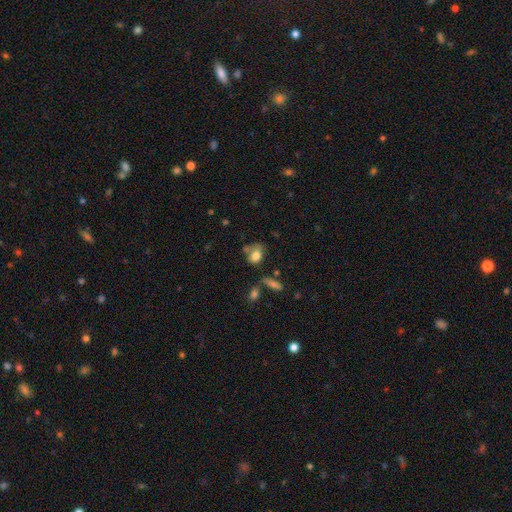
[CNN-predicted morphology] Smooth or featured?
  - smooth: 76% *
  - featured or disk: 15%
  - star or artifact: 9%
How rounded?
  - in between: 67% *
  - round: 31%
  - cigar-shaped: 2%
Merging?
  - none: 46% *
  - minor disturbance: 25%
  - merger: 17%
  - major disturbance: 12%